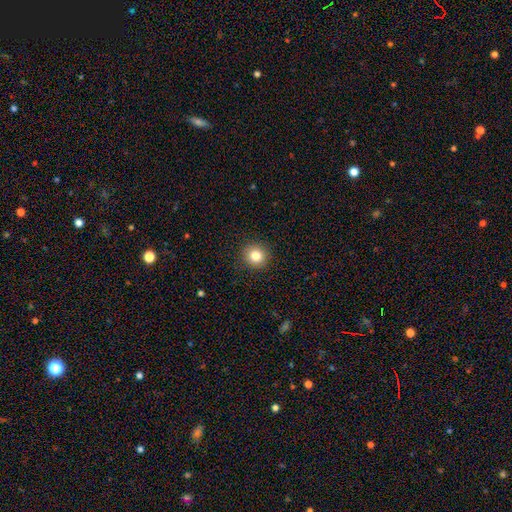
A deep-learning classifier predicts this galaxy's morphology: Smooth or featured? smooth (82%)
How rounded? round (92%)
Merging? none (92%)